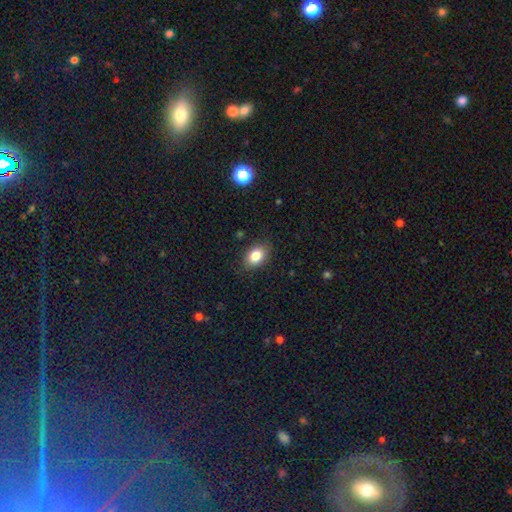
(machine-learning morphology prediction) smooth_or_featured: smooth (p=0.83) [alt: star or artifact p=0.09]
how_rounded: in between (p=0.78) [alt: round p=0.21]
merging: none (p=0.85) [alt: minor disturbance p=0.11]